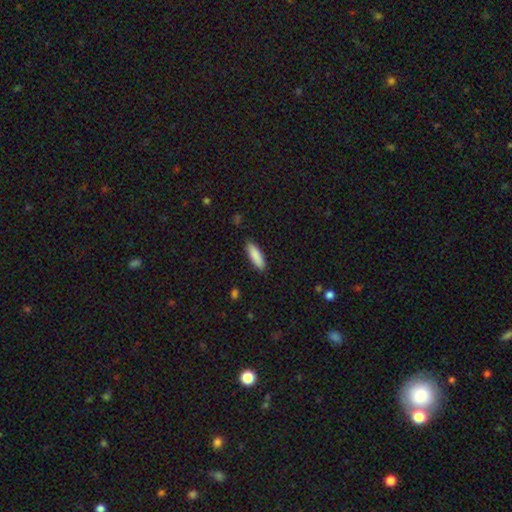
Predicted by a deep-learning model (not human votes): This appears to be a smooth galaxy with no disk features (88%) that is cigar-shaped (52%). Merging: none (87%).